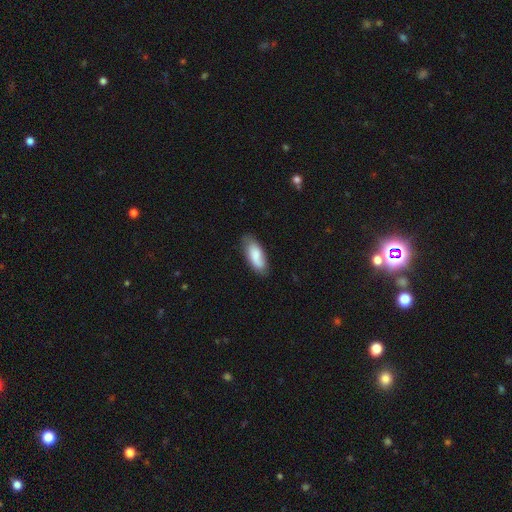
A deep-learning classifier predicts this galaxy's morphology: Smooth or featured? smooth (72%)
How rounded? in between (83%)
Merging? none (74%)